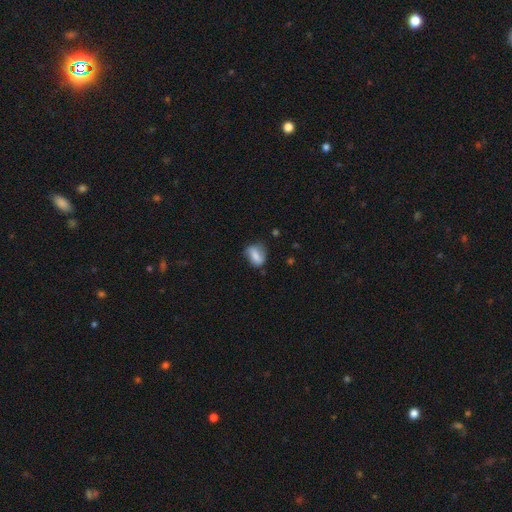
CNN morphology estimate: This is likely a smooth galaxy (65%). How rounded: likely in between (70%). Merging: possibly none (58%).